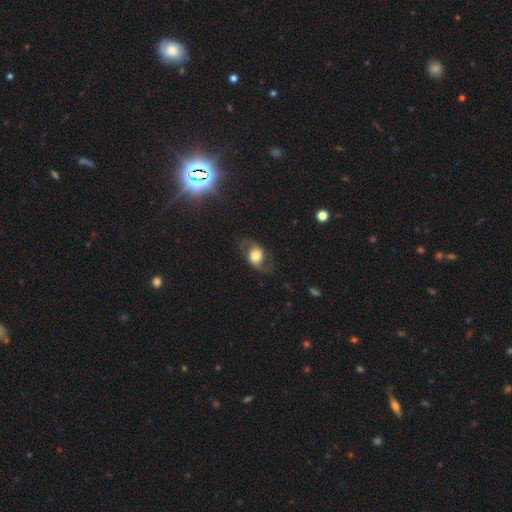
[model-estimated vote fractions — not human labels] Smooth or featured? featured or disk (64%)
Edge-on disk? no (93%)
Bar? no (62%)
Spiral arms? yes (85%)
Spiral winding? loose (58%)
Spiral arm count? 2 (92%)
Bulge size? large (42%)
Merging? none (72%)